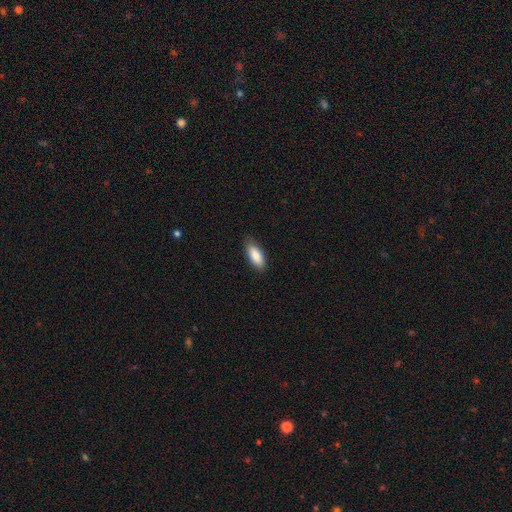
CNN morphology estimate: Smooth or featured? Predicted: smooth (p=0.86). How rounded? Predicted: in between (p=0.81). Merging? Predicted: none (p=0.85).